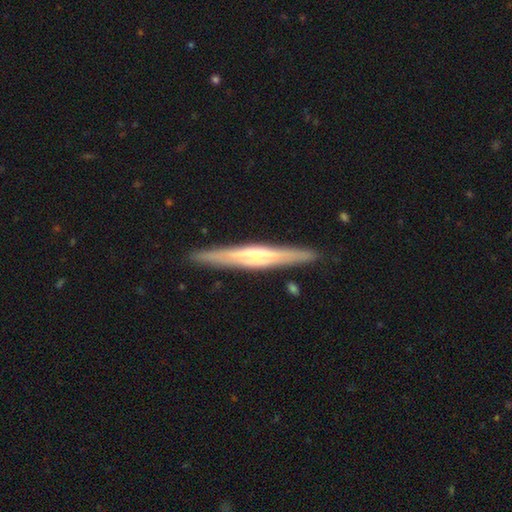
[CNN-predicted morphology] smooth-or-featured: featured or disk: 74% | smooth: 21% | star or artifact: 5%
  disk-edge-on: yes: 96% | no: 4%
    edge-on-bulge: rounded: 72% | boxy: 14% | none: 13%
  merging: none: 90% | minor disturbance: 7% | major disturbance: 2% | merger: 1%